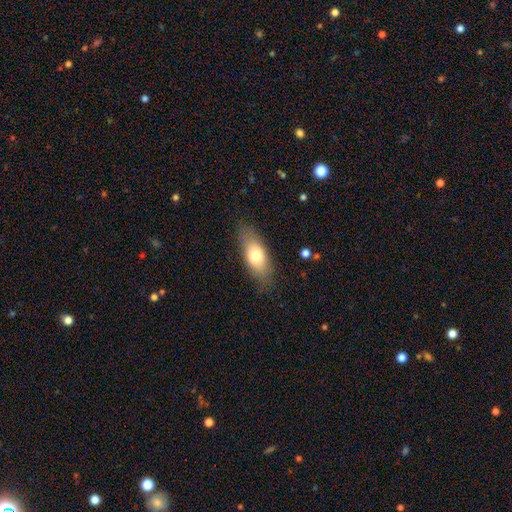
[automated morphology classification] The model was most divided on "smooth or featured": smooth: 74%, featured or disk: 19%, star or artifact: 7%. More confident: how rounded — in between (81%); merging — none (79%).